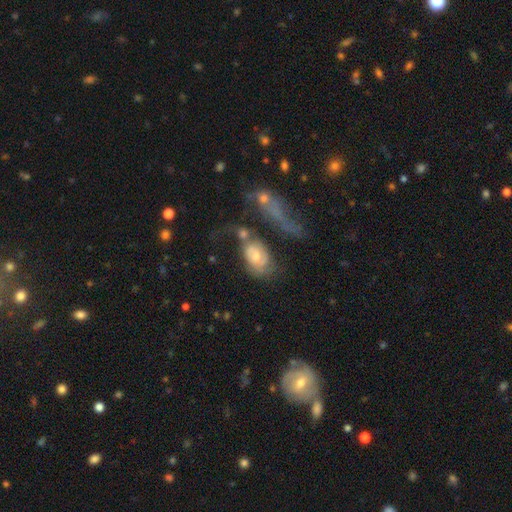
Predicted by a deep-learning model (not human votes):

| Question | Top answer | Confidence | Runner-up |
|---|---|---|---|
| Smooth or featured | featured or disk | 51% | smooth (40%) |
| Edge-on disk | no | 92% | yes (8%) |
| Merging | merger | 37% | none (26%) |